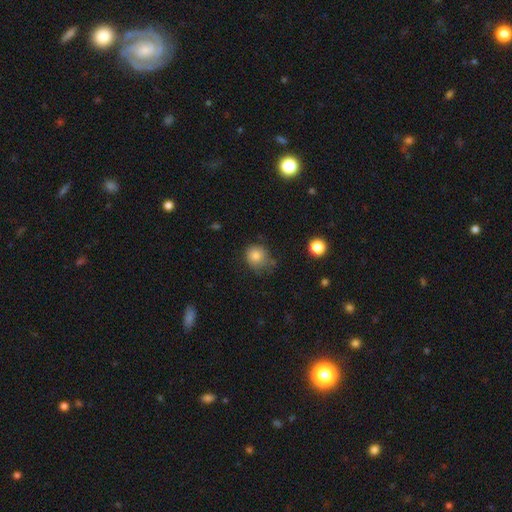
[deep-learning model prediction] Overall: smooth (82%). How rounded: round (82%). Merging: none (56%; minor disturbance 31%).